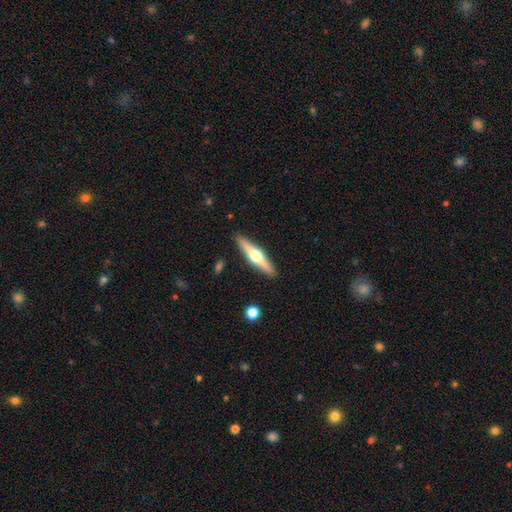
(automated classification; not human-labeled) Q: Smooth or featured?
A: featured or disk (65%); runner-up: smooth (30%)
Q: Edge-on disk?
A: yes (97%); runner-up: no (3%)
Q: Edge-on bulge?
A: rounded (94%); runner-up: boxy (3%)
Q: Merging?
A: none (90%); runner-up: minor disturbance (7%)